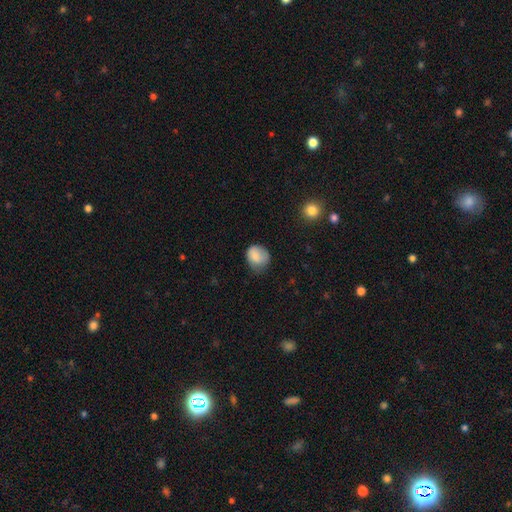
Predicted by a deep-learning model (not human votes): This is clearly a smooth galaxy (80%). How rounded: likely round (66%). Merging: possibly none (52%).